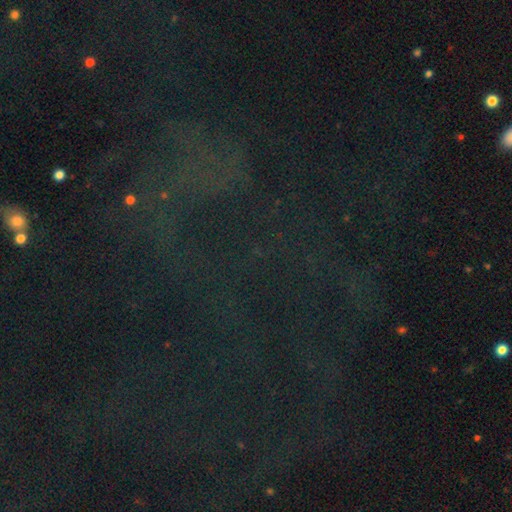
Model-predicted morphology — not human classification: This is likely a star or artifact rather than a galaxy (79%).